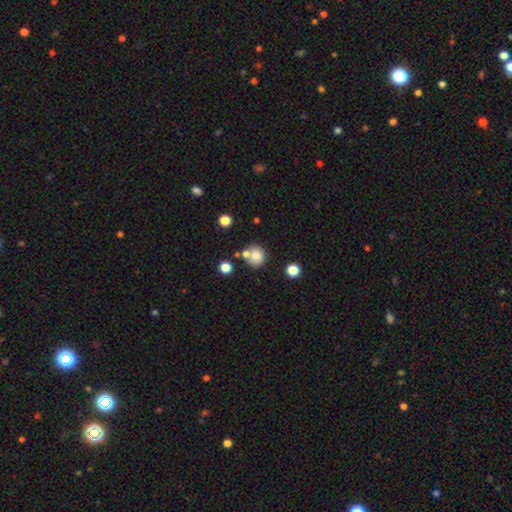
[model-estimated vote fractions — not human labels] Smooth or featured? smooth (78%)
How rounded? round (86%)
Merging? none (61%)